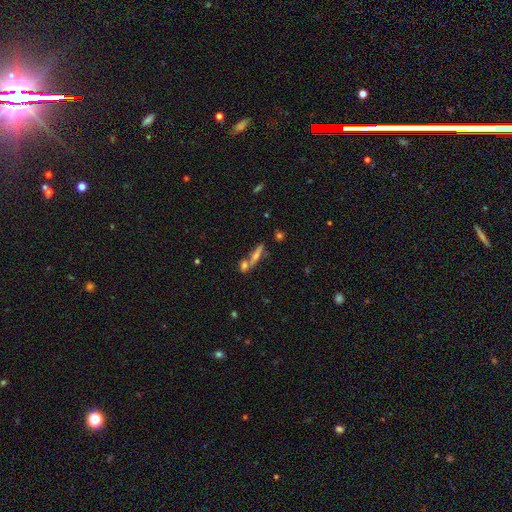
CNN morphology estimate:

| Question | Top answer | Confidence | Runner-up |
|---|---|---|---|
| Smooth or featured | featured or disk | 44% | smooth (41%) |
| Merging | none | 50% | merger (33%) |